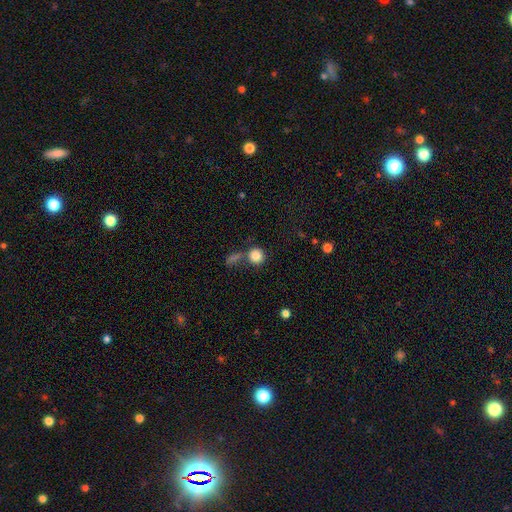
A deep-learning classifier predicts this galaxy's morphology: Smooth or featured? Predicted: smooth (p=0.84). How rounded? Predicted: round (p=0.90). Merging? Predicted: none (p=0.64).